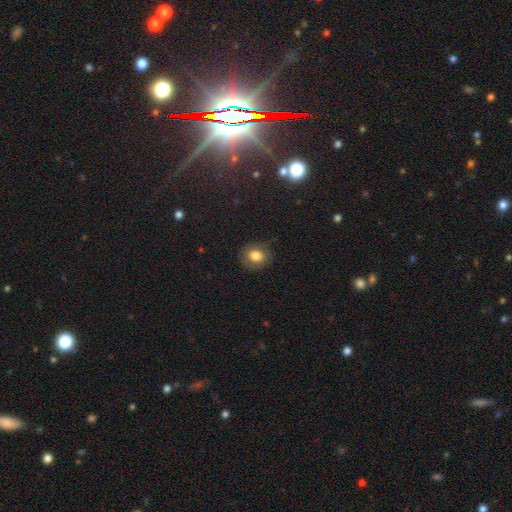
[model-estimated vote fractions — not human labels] This appears to be a smooth galaxy with no disk features (76%) that is round (67%). Merging: none (80%).